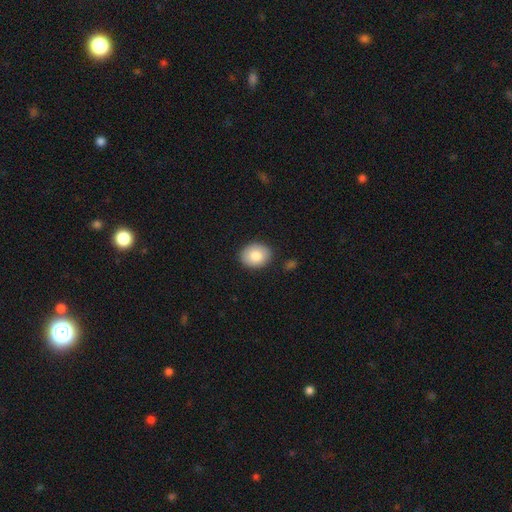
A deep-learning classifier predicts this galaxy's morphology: Smooth or featured? Predicted: smooth (p=0.81). How rounded? Predicted: round (p=0.53). Merging? Predicted: none (p=0.88).